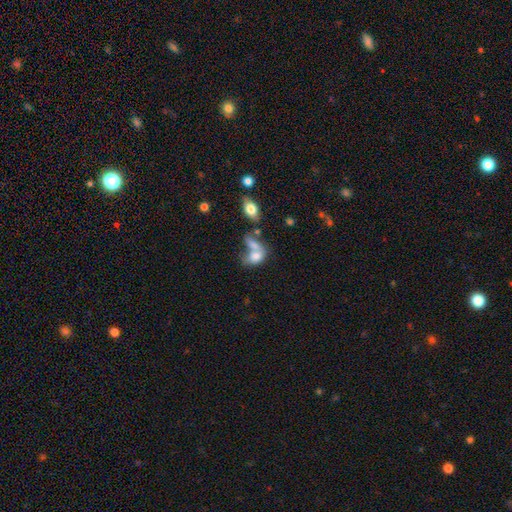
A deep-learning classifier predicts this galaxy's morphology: A smooth galaxy with no disk features (73%) that is in between round and cigar-shaped (83%).

Vote fractions:
- Smooth or featured? smooth: 73% / featured or disk: 17% / star or artifact: 10%
- How rounded? in between: 83% / round: 14% / cigar-shaped: 3%
- Merging? merger: 57% / none: 20% / major disturbance: 12% / minor disturbance: 11%